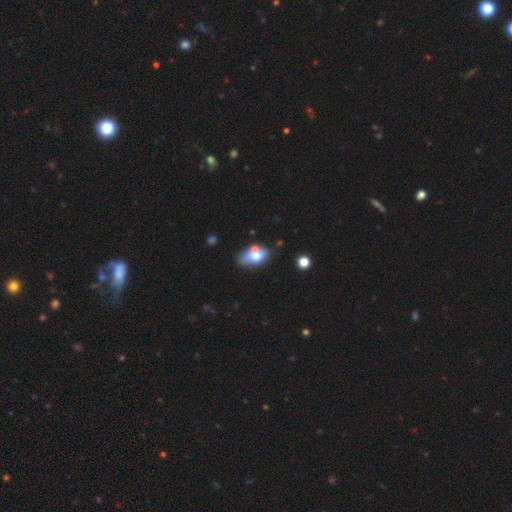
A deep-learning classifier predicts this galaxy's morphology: Overall: smooth (64%; featured or disk 26%). How rounded: in between (83%). Merging: none (35%, tied with merger).